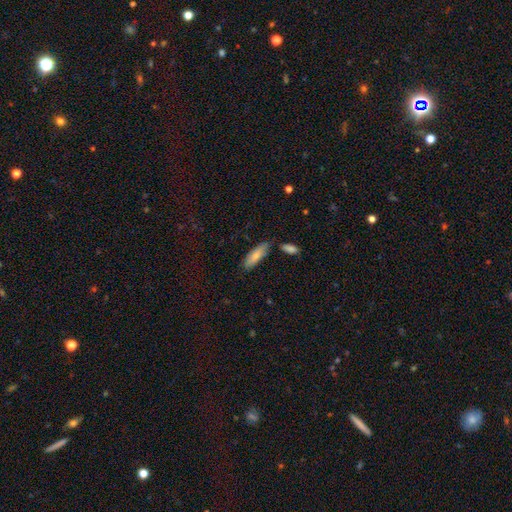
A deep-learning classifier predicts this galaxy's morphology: Smooth or featured? smooth (79%)
How rounded? in between (55%)
Merging? none (74%)